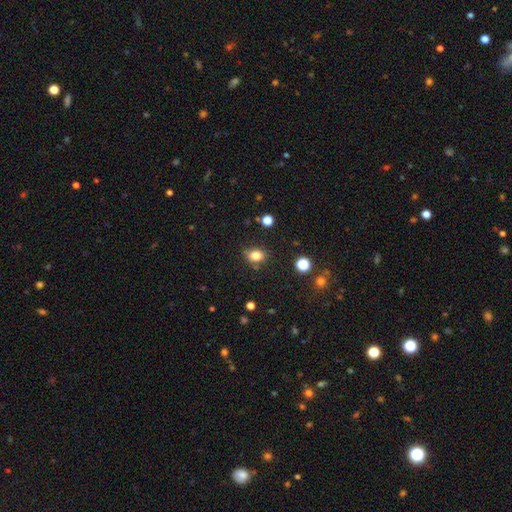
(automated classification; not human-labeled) Smooth or featured? smooth (80%)
How rounded? in between (56%)
Merging? none (76%)